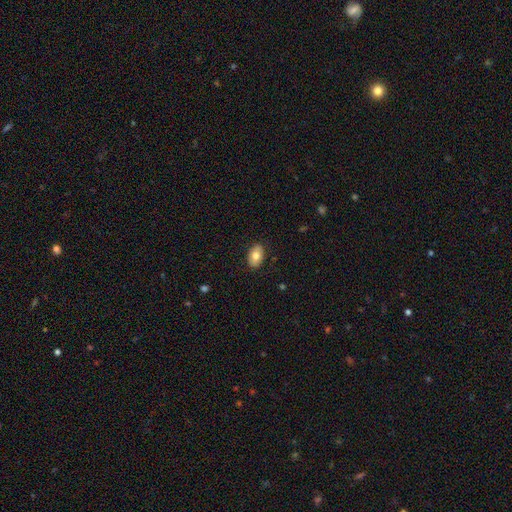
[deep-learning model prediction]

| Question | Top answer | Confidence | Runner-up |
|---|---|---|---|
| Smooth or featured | smooth | 78% | featured or disk (15%) |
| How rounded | in between | 90% | round (9%) |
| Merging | none | 88% | minor disturbance (9%) |